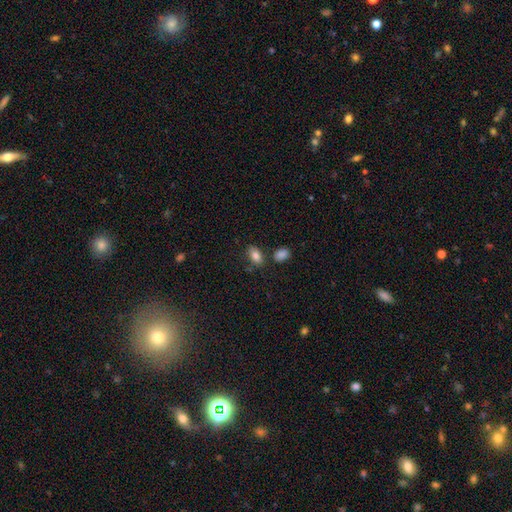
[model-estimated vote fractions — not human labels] Smooth or featured: smooth — 83% (star or artifact — 8%)
How rounded: in between — 90% (round — 8%)
Merging: none — 74% (minor disturbance — 13%)